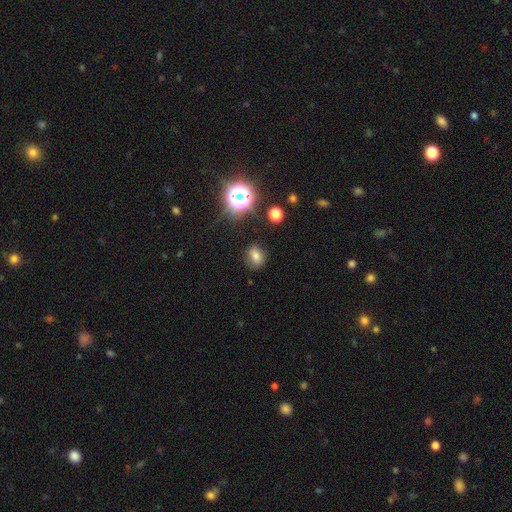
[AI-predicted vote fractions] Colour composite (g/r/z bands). It shows a smooth galaxy with no disk features (74%) that is in between round and cigar-shaped (61%). Merging: none (79%).